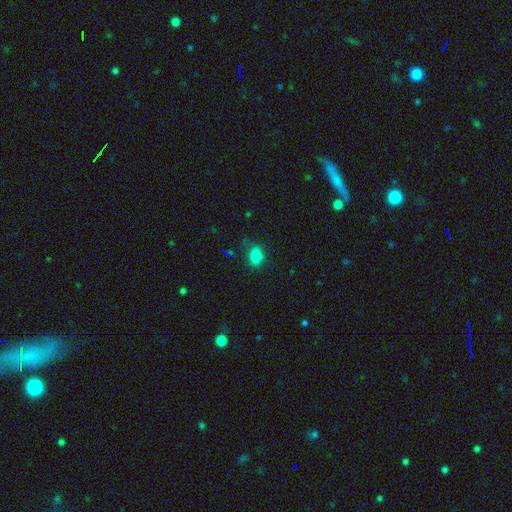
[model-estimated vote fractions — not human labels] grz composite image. It shows a smooth galaxy with no disk features (81%) that is in between round and cigar-shaped (81%). Merging: none (79%).